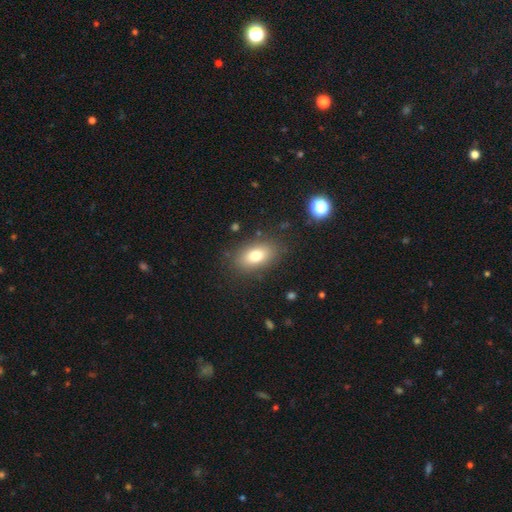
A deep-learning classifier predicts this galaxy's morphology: Overall: smooth (77%). How rounded: in between (87%). Merging: none (84%).